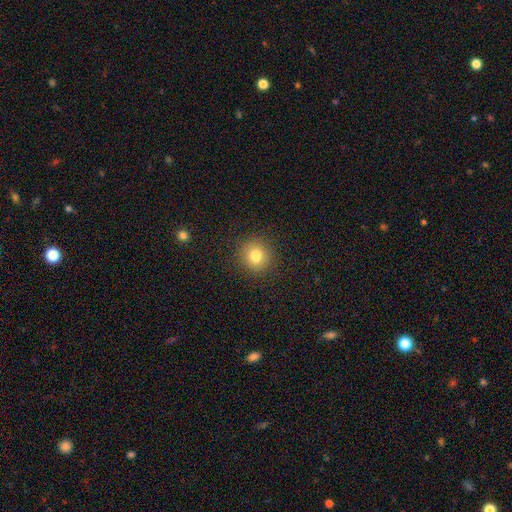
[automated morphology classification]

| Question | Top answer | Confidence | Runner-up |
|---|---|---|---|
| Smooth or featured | smooth | 79% | star or artifact (13%) |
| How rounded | round | 83% | in between (16%) |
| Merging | none | 84% | minor disturbance (9%) |